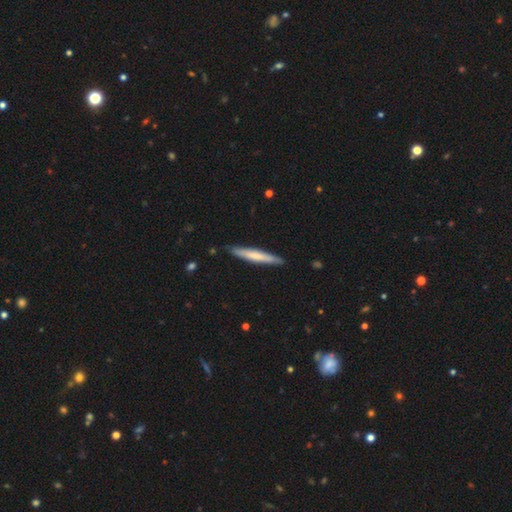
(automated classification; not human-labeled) Smooth or featured? Predicted: smooth (p=0.62). How rounded? Predicted: cigar-shaped (p=0.95). Merging? Predicted: none (p=0.89).